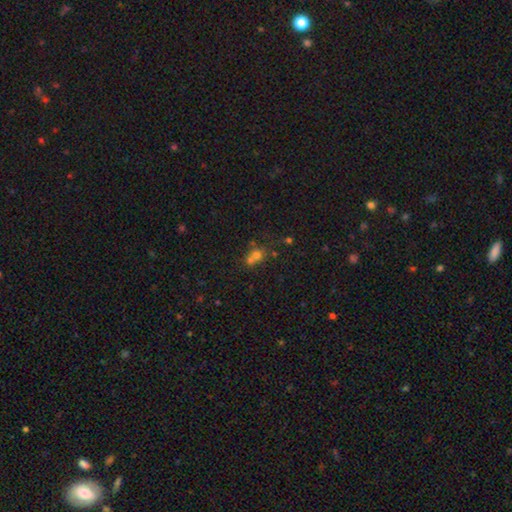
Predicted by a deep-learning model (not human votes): Smooth or featured? Predicted: smooth (p=0.61). How rounded? Predicted: round (p=0.78). Merging? Predicted: merger (p=0.53).